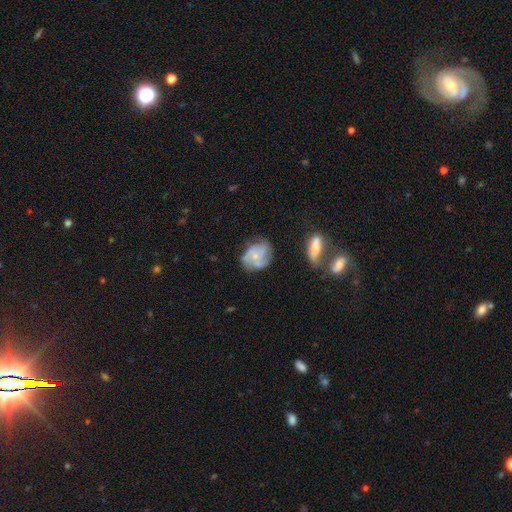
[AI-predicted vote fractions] A featured or disk galaxy (69%) with no bar (78%), 3 (42%) medium (43%) spiral arms (87%) and a small central bulge (69%).

Vote fractions:
- Smooth or featured? featured or disk: 69% / smooth: 24% / star or artifact: 7%
- Edge-on disk? no: 98% / yes: 2%
- Bar? no: 78% / weak: 19% / strong: 3%
- Spiral arms? yes: 87% / no: 13%
- Spiral winding? medium: 43% / tight: 39% / loose: 17%
- Spiral arm count? 3: 42% / can't tell: 20% / 2: 16% / 4: 13% / 1: 4% / more than 4: 4%
- Bulge size? small: 69% / moderate: 24% / none: 5% / large: 1% / dominant: 1%
- Merging? none: 59% / minor disturbance: 25% / major disturbance: 11% / merger: 5%